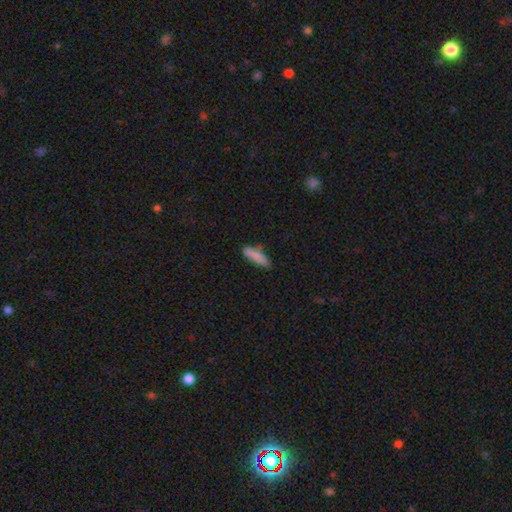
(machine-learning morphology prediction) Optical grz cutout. It shows a smooth galaxy with no disk features (84%) that is cigar-shaped (58%). Merging: none (68%).